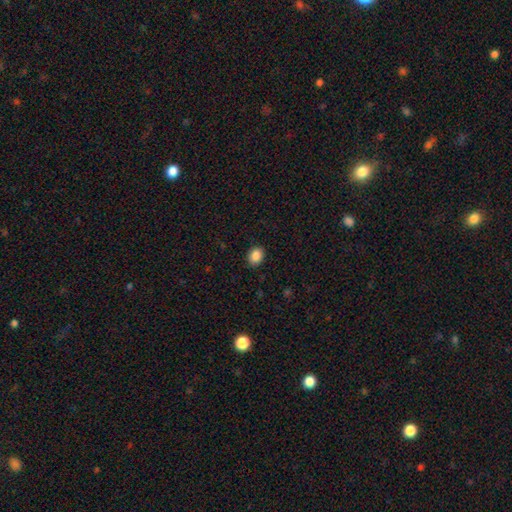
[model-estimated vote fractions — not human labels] Q: Smooth or featured?
A: smooth (88%); runner-up: star or artifact (9%)
Q: How rounded?
A: in between (55%); runner-up: round (45%)
Q: Merging?
A: none (89%); runner-up: minor disturbance (8%)